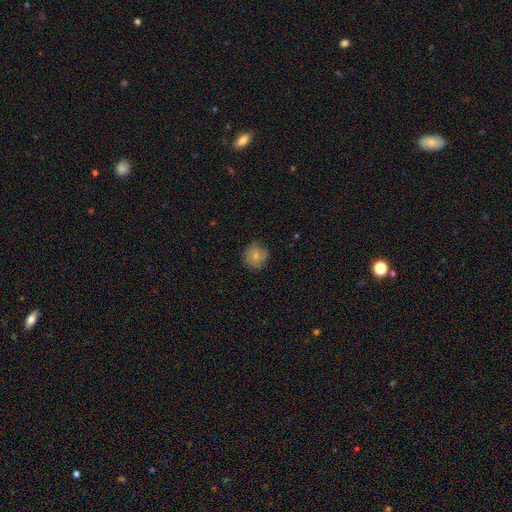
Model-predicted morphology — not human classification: type=smooth (70%); roundness=round (87%); merging=none (78%).